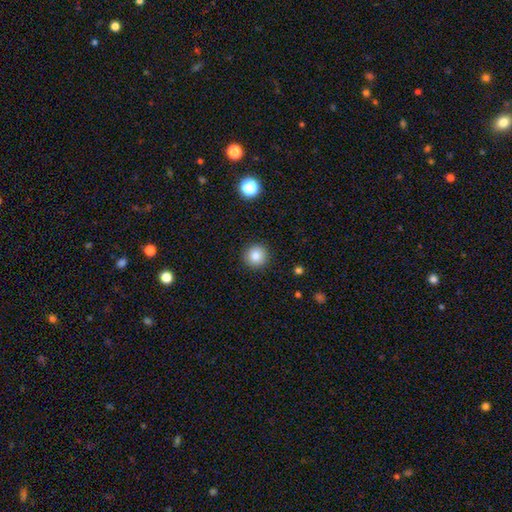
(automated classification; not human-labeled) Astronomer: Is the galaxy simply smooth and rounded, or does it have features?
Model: smooth — 83%.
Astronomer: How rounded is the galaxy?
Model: round — 95%.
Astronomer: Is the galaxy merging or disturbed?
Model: none — 92%.